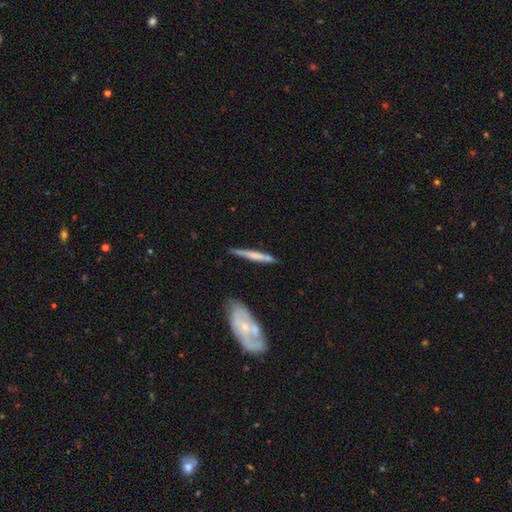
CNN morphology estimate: Q: Smooth or featured?
A: smooth (48%); runner-up: featured or disk (46%)
Q: Merging?
A: none (74%); runner-up: minor disturbance (17%)